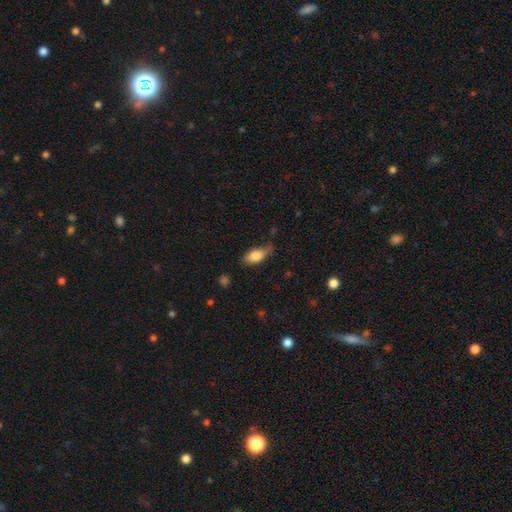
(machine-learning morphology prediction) smooth_or_featured: smooth (p=0.82) [alt: featured or disk p=0.11]
how_rounded: in between (p=0.89) [alt: cigar-shaped p=0.08]
merging: none (p=0.55) [alt: minor disturbance p=0.33]